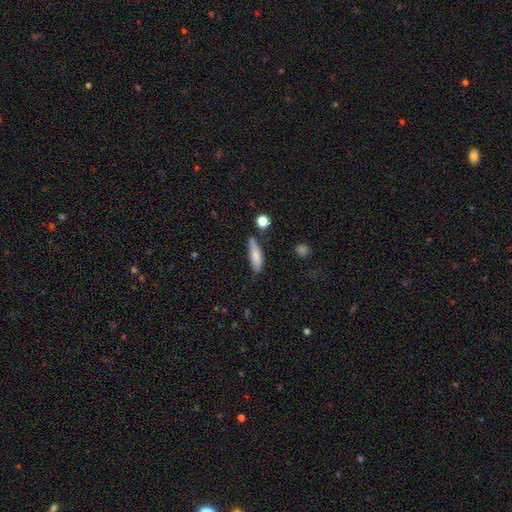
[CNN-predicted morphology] A smooth galaxy with no disk features (76%) that is cigar-shaped (57%). Merging: none (53%).